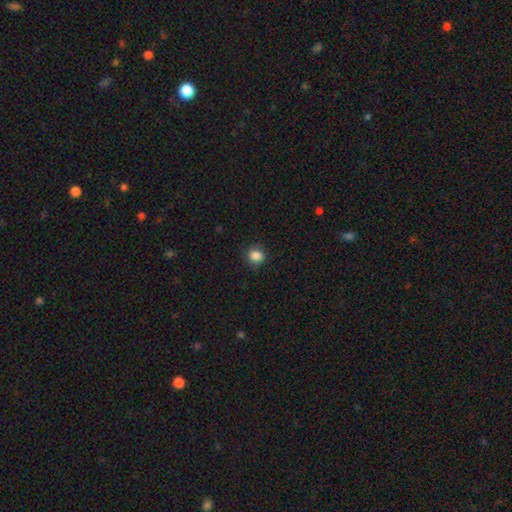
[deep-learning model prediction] The model was most divided on "how rounded": round: 82%, in between: 17%, cigar-shaped: 1%. More confident: smooth or featured — smooth (86%); merging — none (84%).